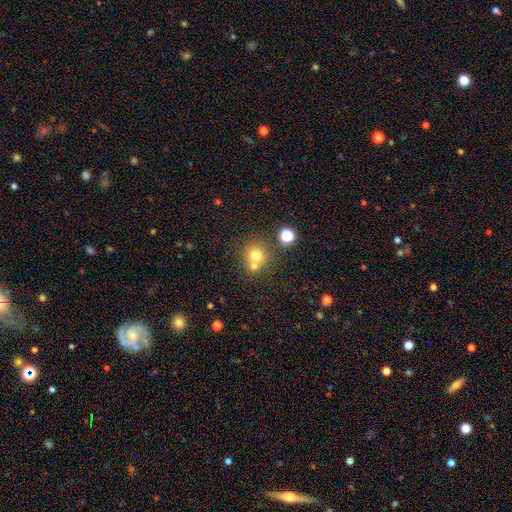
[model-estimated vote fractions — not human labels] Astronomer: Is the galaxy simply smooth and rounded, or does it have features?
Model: smooth — 71%.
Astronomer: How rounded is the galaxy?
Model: round — 89%.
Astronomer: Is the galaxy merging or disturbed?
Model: none — 55% (runner-up: merger, 34%).